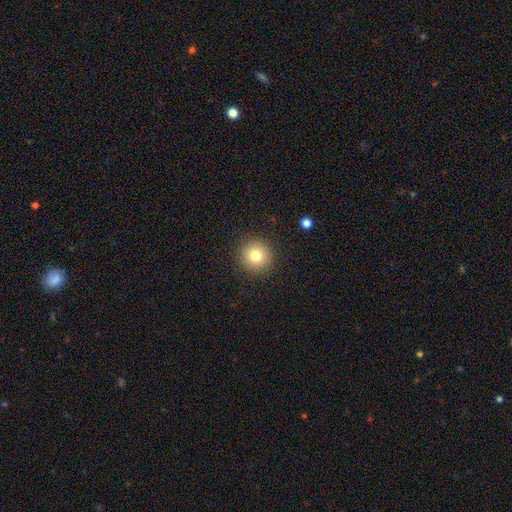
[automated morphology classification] smooth 80%, star or artifact 11%, featured or disk 9%. Down the decision tree: how rounded — round (95%); merging — none (91%).